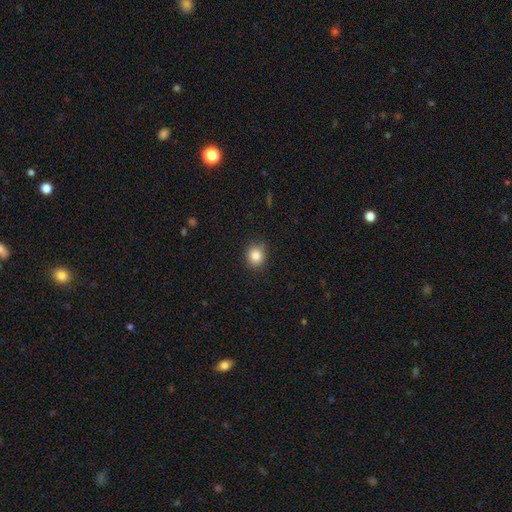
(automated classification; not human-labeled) A smooth galaxy with no disk features (85%) that is round (78%).

Vote fractions:
- Smooth or featured? smooth: 85% / star or artifact: 10% / featured or disk: 5%
- How rounded? round: 78% / in between: 21% / cigar-shaped: 1%
- Merging? none: 86% / minor disturbance: 10% / major disturbance: 2% / merger: 1%